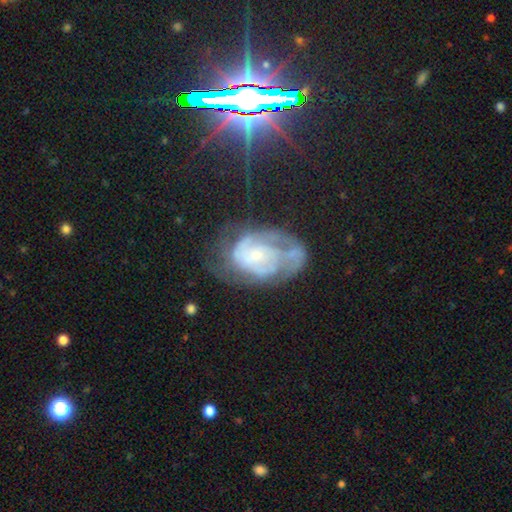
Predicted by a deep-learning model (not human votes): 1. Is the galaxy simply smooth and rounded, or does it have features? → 75% featured or disk, 16% smooth, 9% star or artifact.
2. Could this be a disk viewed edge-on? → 97% no, 3% yes.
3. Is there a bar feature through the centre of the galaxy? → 71% no, 24% weak, 5% strong.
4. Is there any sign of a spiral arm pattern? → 80% yes, 20% no.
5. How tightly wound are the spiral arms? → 53% tight, 34% medium, 13% loose.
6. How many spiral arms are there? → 46% can't tell, 24% 2, 13% 3, 9% 1, 5% 4, 4% more than 4.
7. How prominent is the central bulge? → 64% small, 24% moderate, 7% none, 3% large, 1% dominant.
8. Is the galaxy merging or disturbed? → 43% none, 27% major disturbance, 26% minor disturbance, 5% merger.